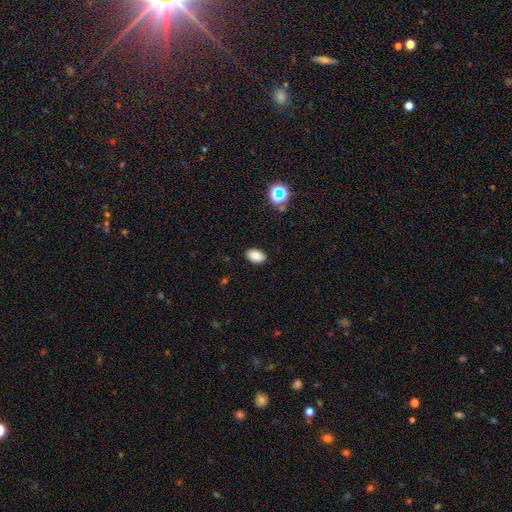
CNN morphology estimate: type=smooth (86%); roundness=in between (91%); merging=none (88%).